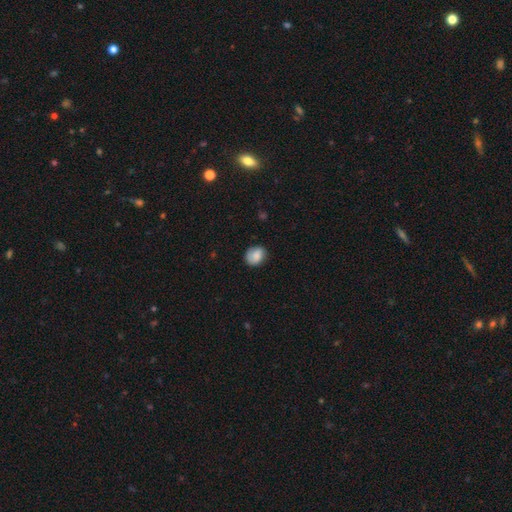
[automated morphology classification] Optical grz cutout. It shows a smooth galaxy with no disk features (81%) that is round (54%). Merging: none (75%).